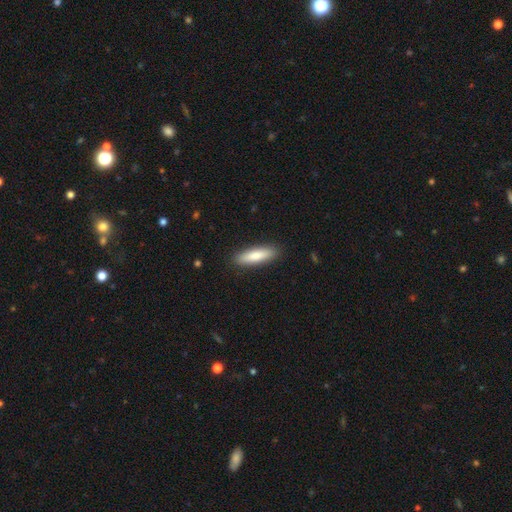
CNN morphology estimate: type=smooth (80%); roundness=cigar-shaped (67%); merging=none (89%).